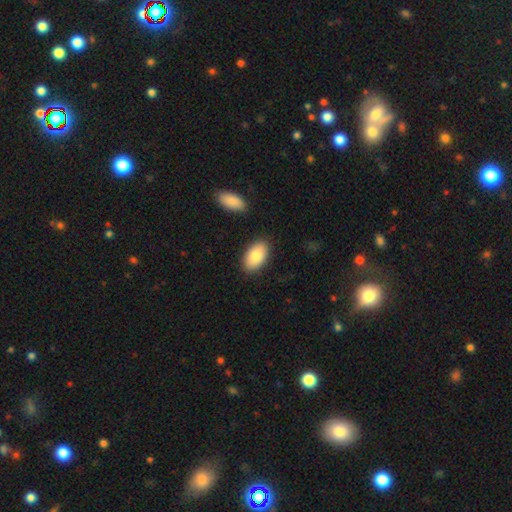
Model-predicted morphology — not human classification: The model was most divided on "smooth or featured": smooth: 84%, featured or disk: 10%, star or artifact: 6%. More confident: how rounded — in between (94%); merging — none (86%).